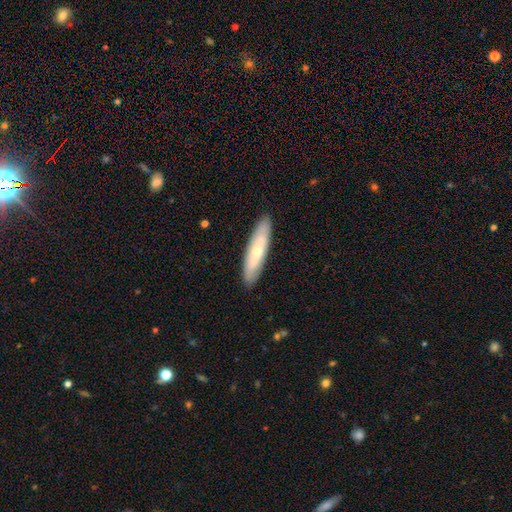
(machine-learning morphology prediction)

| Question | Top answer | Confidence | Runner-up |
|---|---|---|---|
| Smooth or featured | smooth | 53% | featured or disk (40%) |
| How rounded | cigar-shaped | 80% | in between (19%) |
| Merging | none | 90% | minor disturbance (8%) |